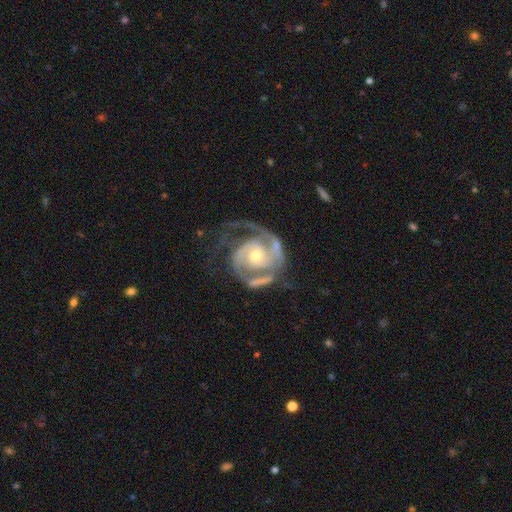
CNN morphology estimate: Smooth or featured?
  - featured or disk: 91% *
  - smooth: 5%
  - star or artifact: 4%
Edge-on disk?
  - no: 98% *
  - yes: 2%
Bar?
  - no: 67% *
  - weak: 24%
  - strong: 8%
Spiral arms?
  - yes: 97% *
  - no: 3%
Spiral winding?
  - tight: 56% *
  - medium: 36%
  - loose: 9%
Spiral arm count?
  - 2: 64% *
  - 3: 12%
  - can't tell: 9%
  - 1: 9%
  - 4: 3%
  - more than 4: 3%
Bulge size?
  - small: 52% *
  - moderate: 43%
  - large: 3%
  - none: 1%
  - dominant: 1%
Merging?
  - none: 44% *
  - major disturbance: 26%
  - minor disturbance: 20%
  - merger: 11%